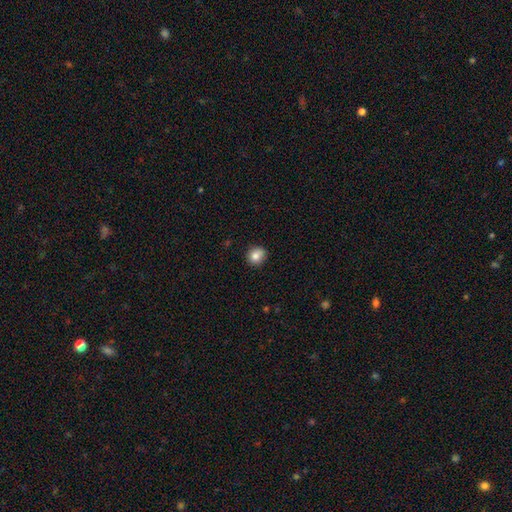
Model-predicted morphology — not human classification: smooth-or-featured: smooth: 84% | star or artifact: 10% | featured or disk: 7%
  how-rounded: round: 83% | in between: 16% | cigar-shaped: 1%
  merging: none: 85% | minor disturbance: 12% | major disturbance: 2% | merger: 1%